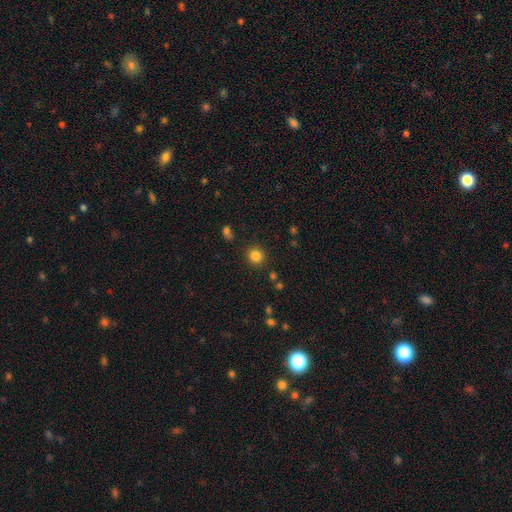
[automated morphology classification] type=smooth (82%); roundness=round (90%); merging=none (88%).